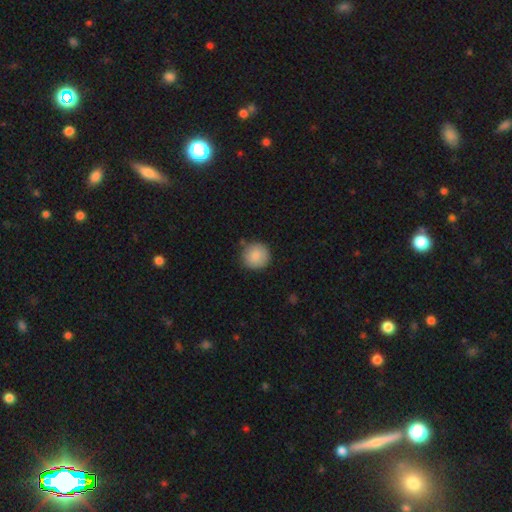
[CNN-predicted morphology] Smooth or featured: smooth — 86% (star or artifact — 7%)
How rounded: round — 93% (in between — 6%)
Merging: none — 83% (minor disturbance — 12%)